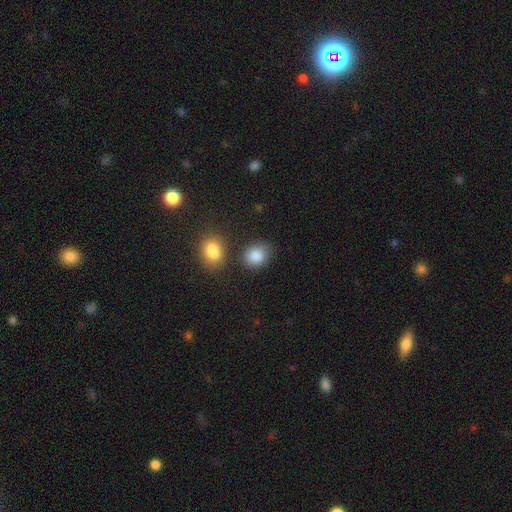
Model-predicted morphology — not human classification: smooth_or_featured: smooth (p=0.86) [alt: star or artifact p=0.09]
how_rounded: round (p=0.54) [alt: in between p=0.44]
merging: none (p=0.72) [alt: minor disturbance p=0.13]